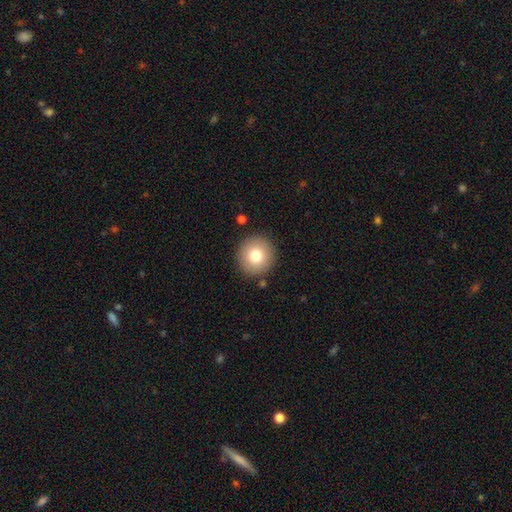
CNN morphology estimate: A smooth galaxy with no disk features (78%) that is round (95%). Merging: none (89%).